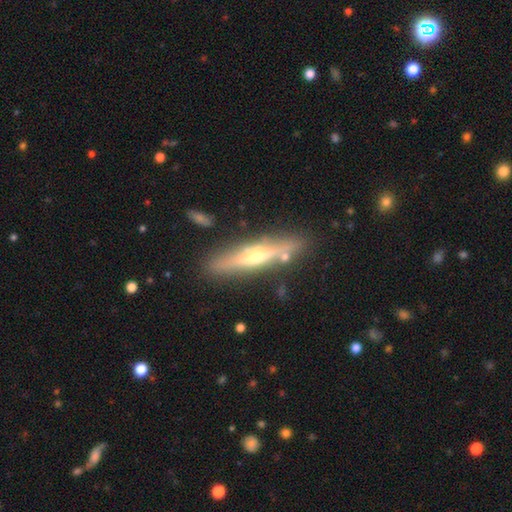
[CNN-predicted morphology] This is likely a featured or disk galaxy (69%). It is clearly viewed edge-on (93%). Edge-on bulge: clearly rounded (90%). Merging: clearly none (83%).